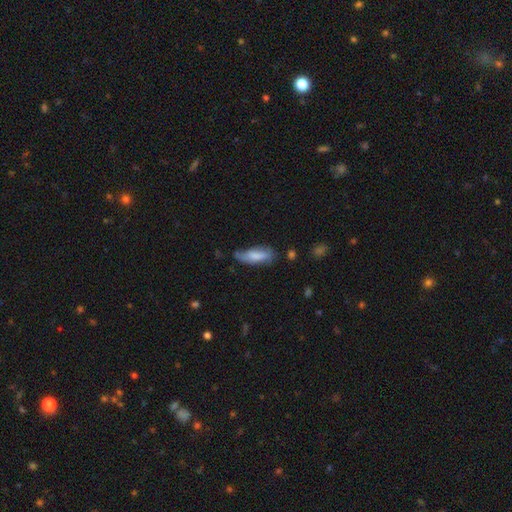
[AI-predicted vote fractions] Overall: smooth (73%). How rounded: in between (56%; cigar-shaped 42%). Merging: none (54%; minor disturbance 33%).